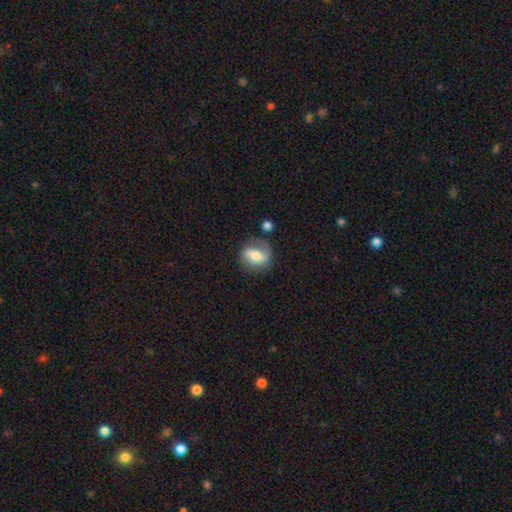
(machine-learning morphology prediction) A featured or disk galaxy (53%).

Vote fractions:
- Smooth or featured? featured or disk: 53% / smooth: 39% / star or artifact: 8%
- Edge-on disk? no: 93% / yes: 7%
- Merging? none: 69% / minor disturbance: 18% / major disturbance: 7% / merger: 5%